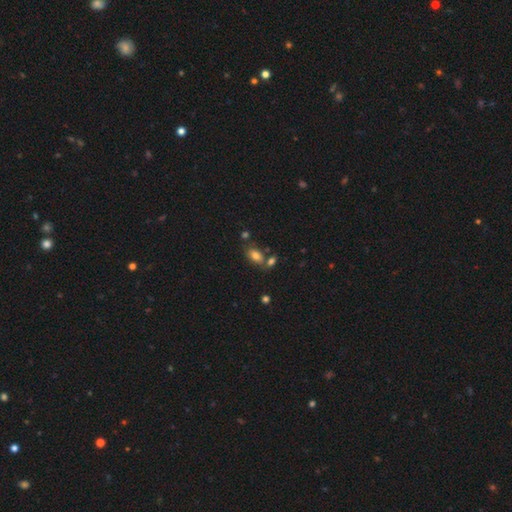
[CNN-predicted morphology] This appears to be a smooth galaxy with no disk features (79%) that is in between round and cigar-shaped (88%). Merging: none (62%).